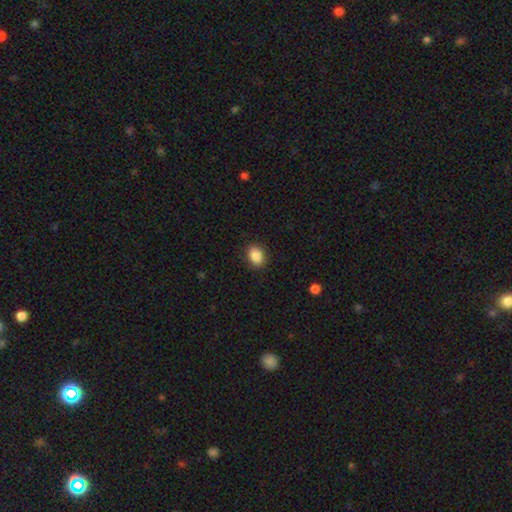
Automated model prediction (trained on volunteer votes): Smooth or featured? smooth (88%)
How rounded? in between (76%)
Merging? none (88%)